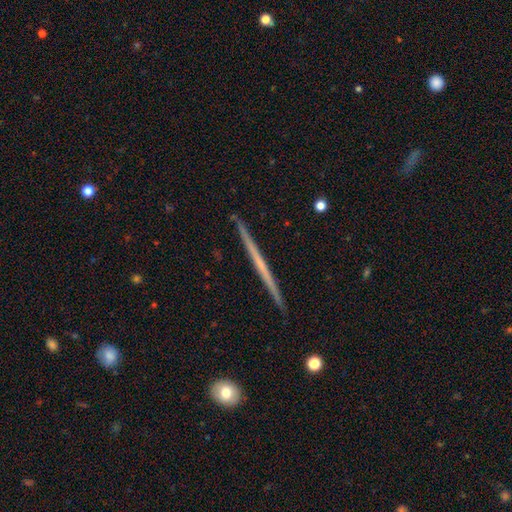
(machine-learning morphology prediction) featured or disk 67%, smooth 27%, star or artifact 6%. Down the decision tree: edge-on disk — yes (98%); edge-on bulge — none (81%); merging — none (93%).